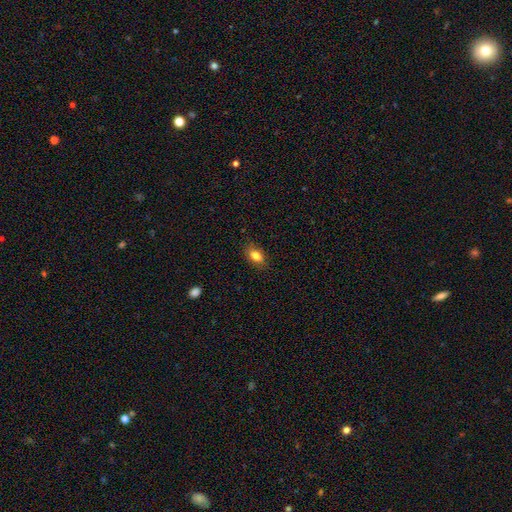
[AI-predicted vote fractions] This is clearly a smooth galaxy (82%). How rounded: clearly in between (87%). Merging: clearly none (83%).